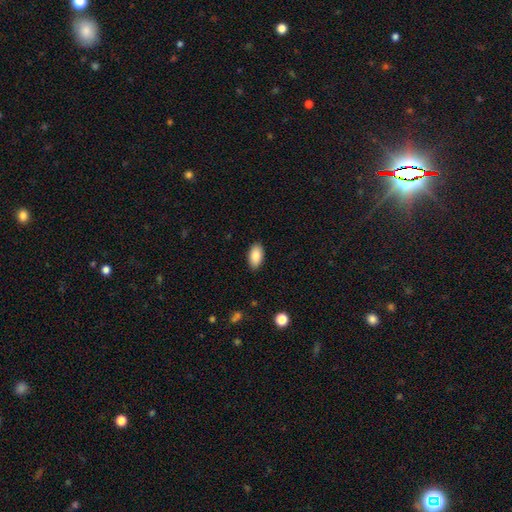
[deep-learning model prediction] smooth_or_featured: smooth (p=0.88) [alt: star or artifact p=0.07]
how_rounded: in between (p=0.95) [alt: round p=0.03]
merging: none (p=0.88) [alt: minor disturbance p=0.09]